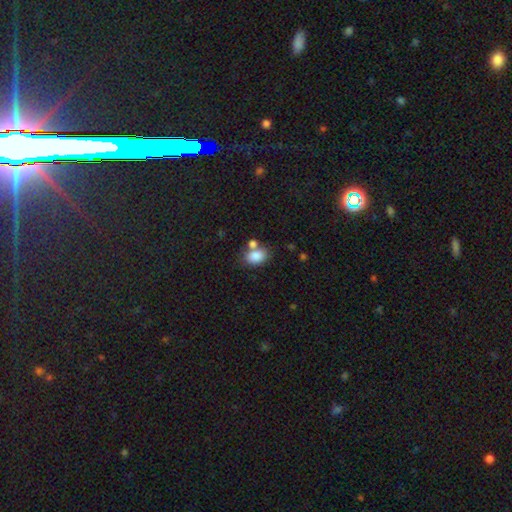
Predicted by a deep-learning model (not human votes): Overall: smooth (84%). How rounded: in between (79%). Merging: none (55%; merger 27%).